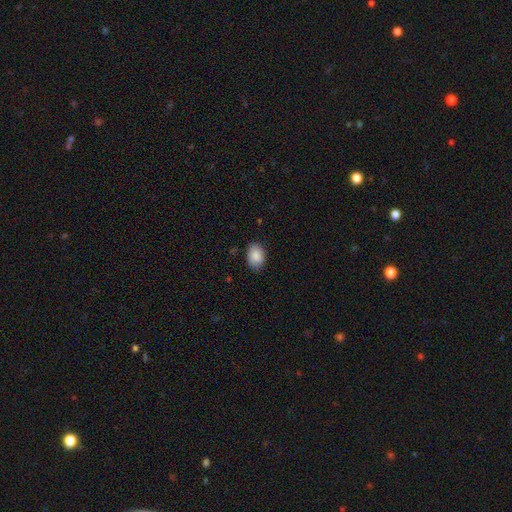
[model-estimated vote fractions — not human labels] This appears to be a smooth galaxy with no disk features (88%) that is in between round and cigar-shaped (83%). Merging: none (85%).